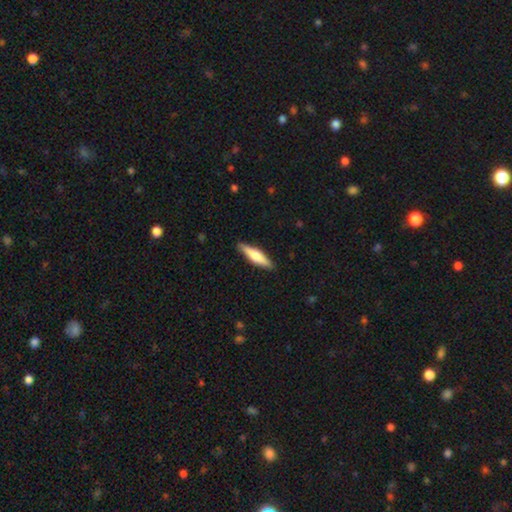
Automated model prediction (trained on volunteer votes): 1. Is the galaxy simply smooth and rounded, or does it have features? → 57% smooth, 38% featured or disk, 5% star or artifact.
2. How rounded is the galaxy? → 76% cigar-shaped, 23% in between, 2% round.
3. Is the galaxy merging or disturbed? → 90% none, 8% minor disturbance, 2% major disturbance, 1% merger.